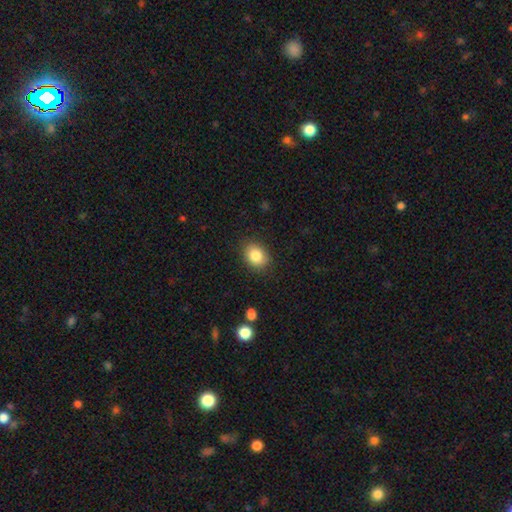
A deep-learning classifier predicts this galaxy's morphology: Smooth or featured?
  - smooth: 85% *
  - star or artifact: 9%
  - featured or disk: 7%
How rounded?
  - in between: 65% *
  - round: 34%
  - cigar-shaped: 1%
Merging?
  - none: 86% *
  - minor disturbance: 10%
  - major disturbance: 3%
  - merger: 1%